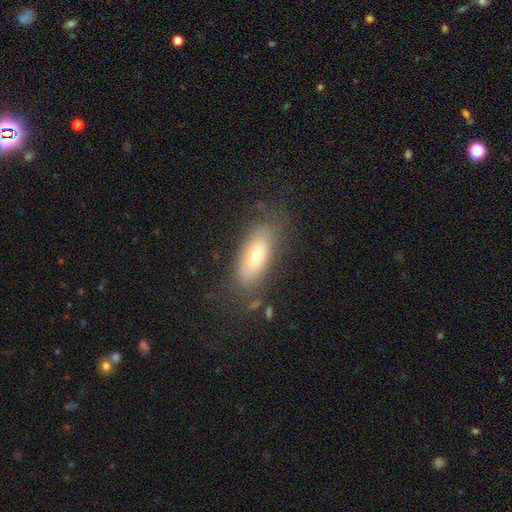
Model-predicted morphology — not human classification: This is likely a smooth galaxy (66%). How rounded: clearly in between (80%). Merging: likely none (73%).